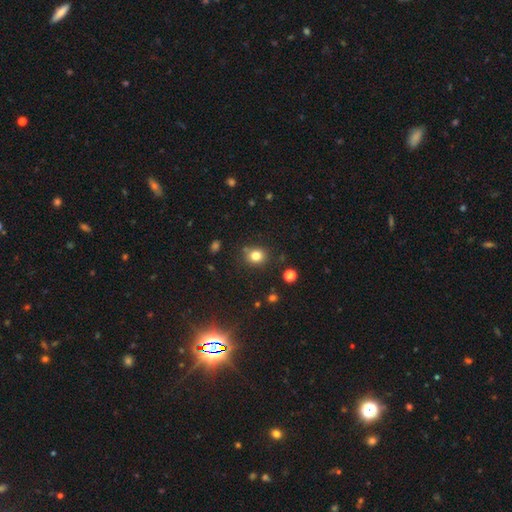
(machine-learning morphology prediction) smooth-or-featured: smooth: 80% | star or artifact: 13% | featured or disk: 7%
  how-rounded: round: 76% | in between: 23% | cigar-shaped: 1%
  merging: none: 80% | minor disturbance: 12% | merger: 6% | major disturbance: 3%